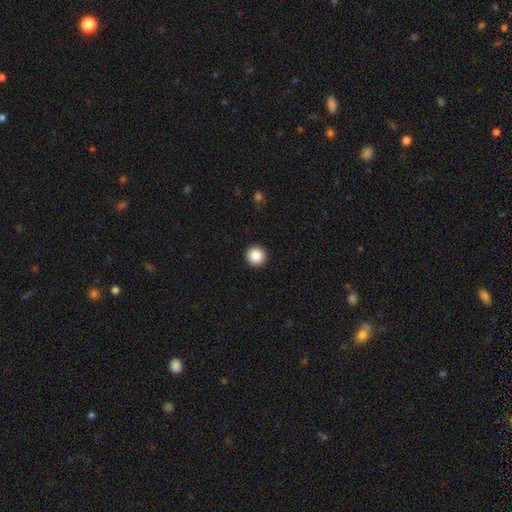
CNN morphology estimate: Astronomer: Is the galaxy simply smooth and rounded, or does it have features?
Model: smooth — 87%.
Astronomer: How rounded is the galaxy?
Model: round — 96%.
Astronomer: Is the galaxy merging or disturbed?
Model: none — 93%.